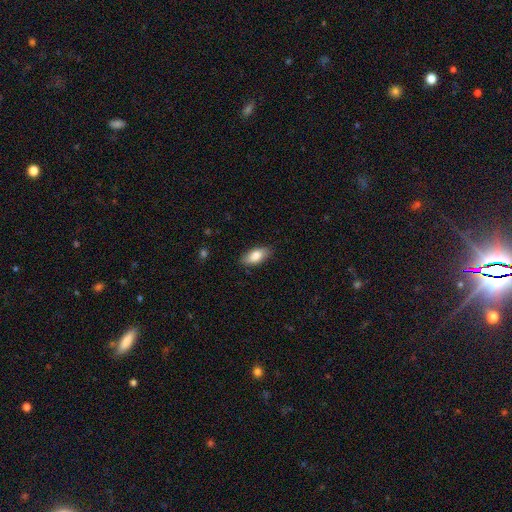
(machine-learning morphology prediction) Smooth or featured? Predicted: smooth (p=0.82). How rounded? Predicted: in between (p=0.87). Merging? Predicted: none (p=0.84).